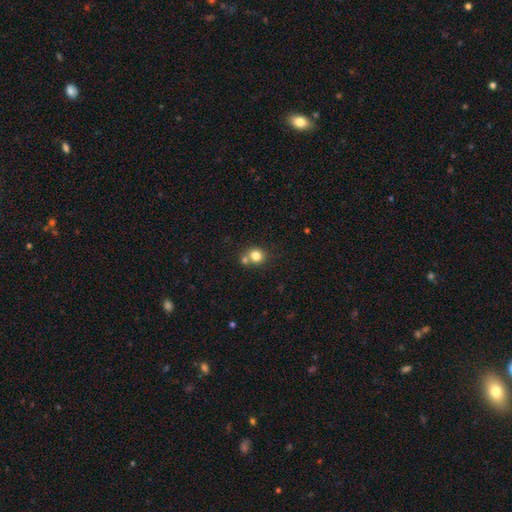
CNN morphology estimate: smooth 80%, star or artifact 12%, featured or disk 9%. Down the decision tree: how rounded — round (85%); merging — none (56%).